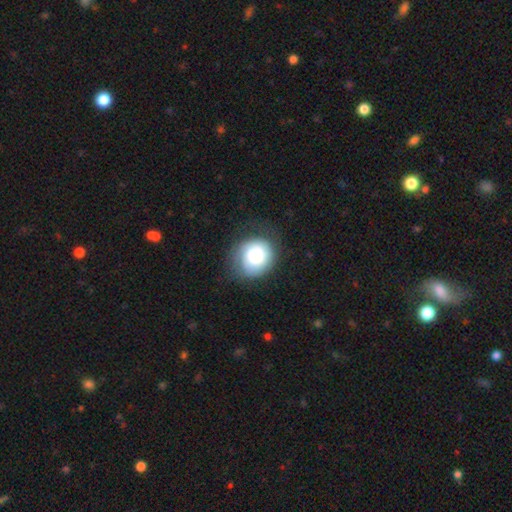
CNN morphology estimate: A smooth galaxy with no disk features (75%) that is round (79%). Merging: none (62%).